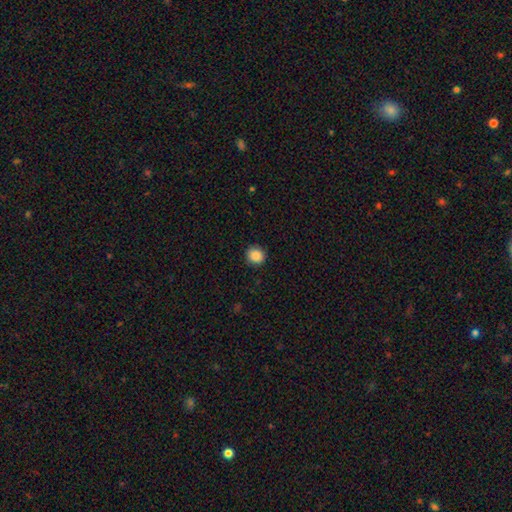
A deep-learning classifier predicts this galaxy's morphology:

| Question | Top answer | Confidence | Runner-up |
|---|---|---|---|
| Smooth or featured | smooth | 88% | star or artifact (9%) |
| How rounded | round | 88% | in between (11%) |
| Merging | none | 90% | minor disturbance (7%) |